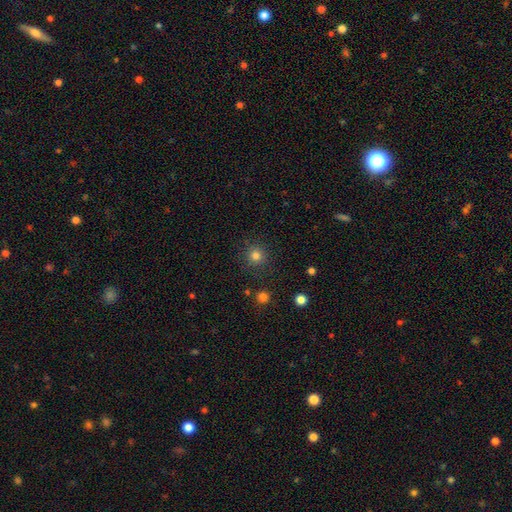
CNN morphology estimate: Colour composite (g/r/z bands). It shows a smooth galaxy with no disk features (81%) that is round (94%). Merging: none (89%).